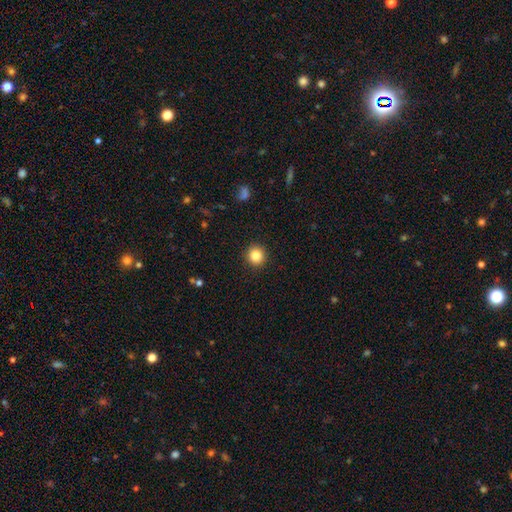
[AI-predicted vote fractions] Q: Smooth or featured?
A: smooth (85%); runner-up: star or artifact (10%)
Q: How rounded?
A: round (93%); runner-up: in between (6%)
Q: Merging?
A: none (92%); runner-up: minor disturbance (5%)